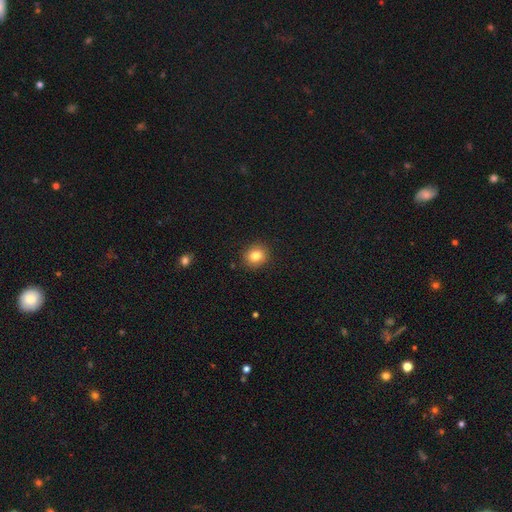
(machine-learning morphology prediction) Smooth or featured? Predicted: smooth (p=0.82). How rounded? Predicted: round (p=0.71). Merging? Predicted: none (p=0.89).